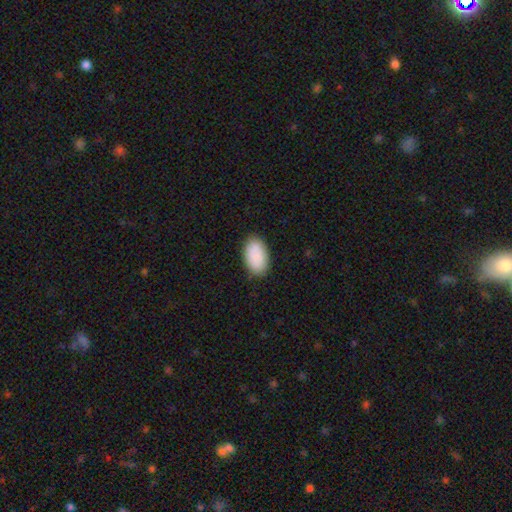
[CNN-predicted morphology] smooth-or-featured: smooth: 90% | star or artifact: 6% | featured or disk: 4%
  how-rounded: in between: 94% | round: 4% | cigar-shaped: 1%
  merging: none: 86% | minor disturbance: 11% | major disturbance: 2% | merger: 1%